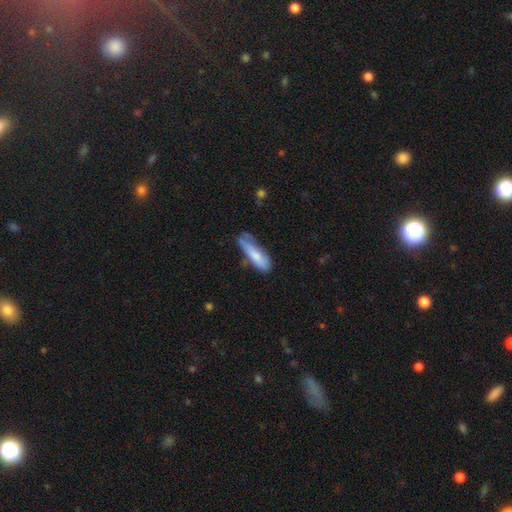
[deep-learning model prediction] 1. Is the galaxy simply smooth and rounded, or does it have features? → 74% smooth, 20% featured or disk, 6% star or artifact.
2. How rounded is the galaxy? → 66% cigar-shaped, 33% in between, 2% round.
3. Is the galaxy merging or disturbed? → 47% none, 34% minor disturbance, 14% major disturbance, 5% merger.